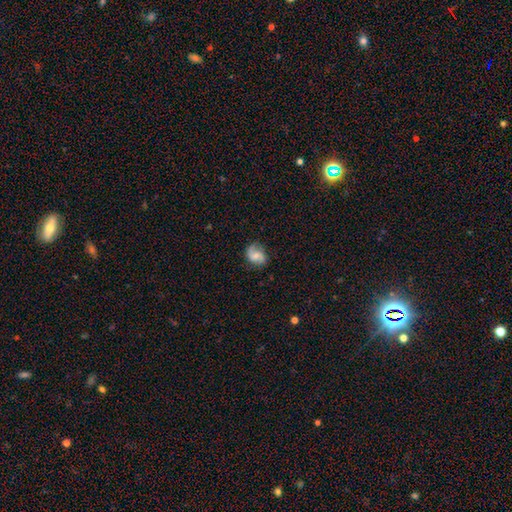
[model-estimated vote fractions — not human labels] Morphology: type=featured or disk (61%); edge-on=no (97%); bar=no (51%); spiral arms=yes (93%); winding=loose (43%); arm count=2 (83%); bulge=moderate (44%); merging=none (71%).